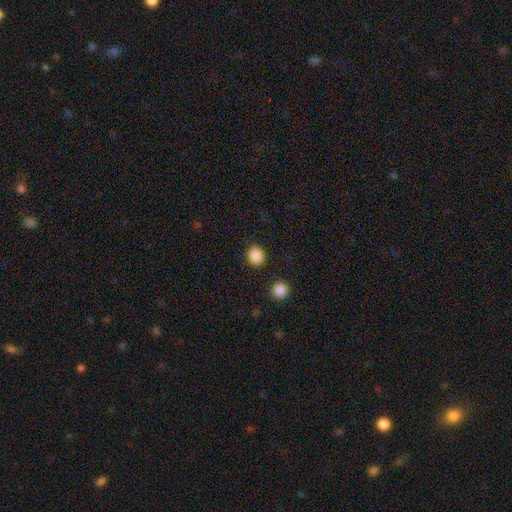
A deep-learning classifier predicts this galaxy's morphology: This is clearly a smooth galaxy (87%). How rounded: likely round (78%). Merging: clearly none (89%).